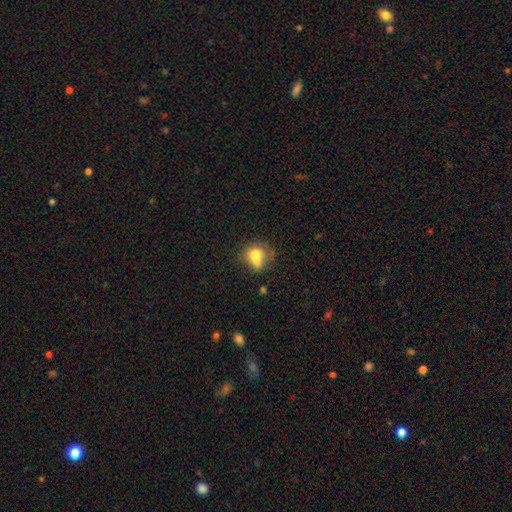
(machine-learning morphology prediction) A smooth galaxy with no disk features (70%) that is round (52%).

Vote fractions:
- Smooth or featured? smooth: 70% / featured or disk: 18% / star or artifact: 12%
- How rounded? round: 52% / in between: 45% / cigar-shaped: 3%
- Merging? none: 36% / merger: 28% / minor disturbance: 22% / major disturbance: 14%